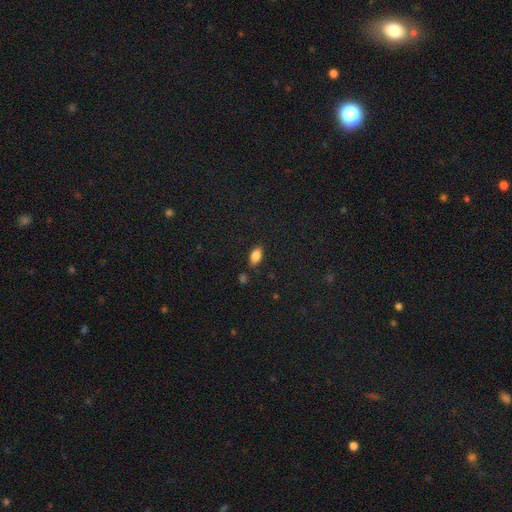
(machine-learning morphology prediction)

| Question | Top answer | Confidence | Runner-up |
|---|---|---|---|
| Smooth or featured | smooth | 84% | star or artifact (9%) |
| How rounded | in between | 91% | round (5%) |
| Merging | none | 83% | minor disturbance (12%) |